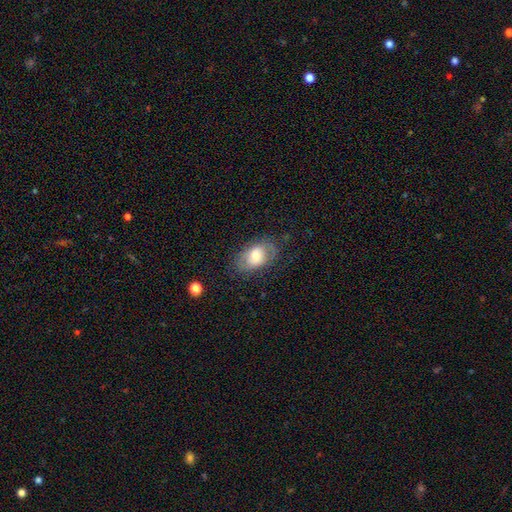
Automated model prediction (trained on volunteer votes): A smooth galaxy with no disk features (58%) that is in between round and cigar-shaped (87%). Merging: none (67%).